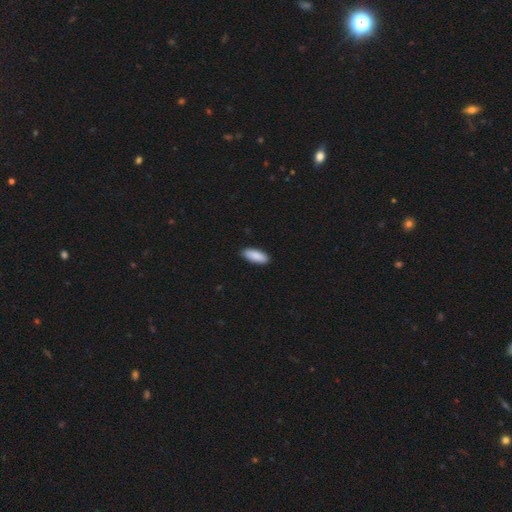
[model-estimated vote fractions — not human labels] Q: Smooth or featured?
A: smooth (90%); runner-up: star or artifact (5%)
Q: How rounded?
A: in between (75%); runner-up: cigar-shaped (23%)
Q: Merging?
A: none (91%); runner-up: minor disturbance (7%)